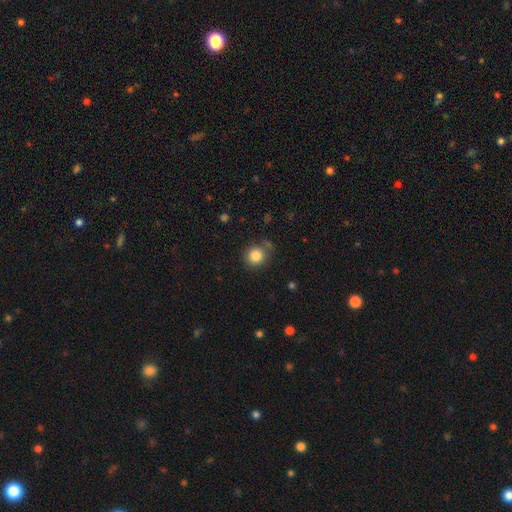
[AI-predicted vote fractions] A smooth galaxy with no disk features (85%) that is round (89%). Merging: none (76%).